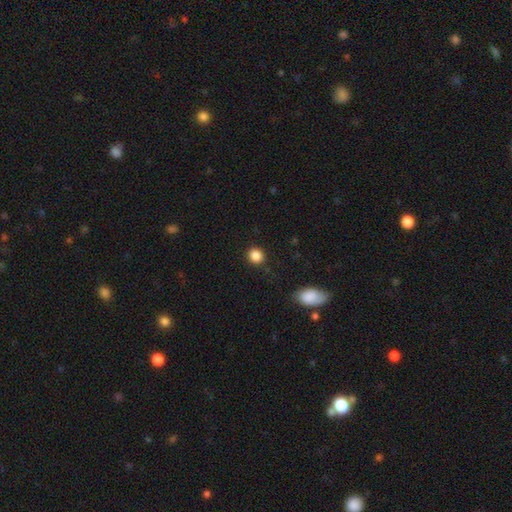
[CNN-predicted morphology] Smooth or featured?
  - smooth: 87% *
  - star or artifact: 10%
  - featured or disk: 3%
How rounded?
  - round: 84% *
  - in between: 15%
  - cigar-shaped: 1%
Merging?
  - none: 89% *
  - minor disturbance: 7%
  - major disturbance: 2%
  - merger: 1%